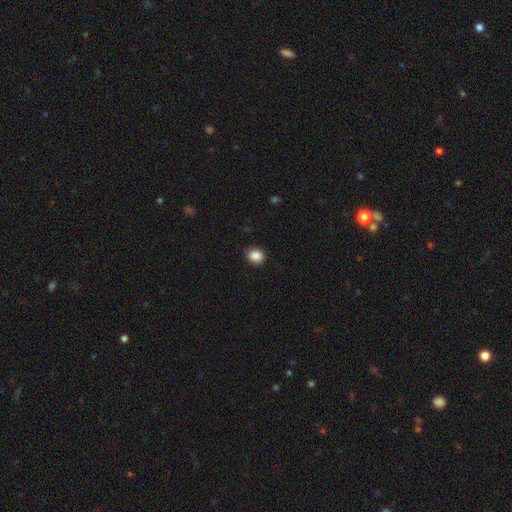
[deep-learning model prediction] smooth_or_featured: smooth (p=0.88) [alt: star or artifact p=0.09]
how_rounded: round (p=0.60) [alt: in between p=0.39]
merging: none (p=0.89) [alt: minor disturbance p=0.08]